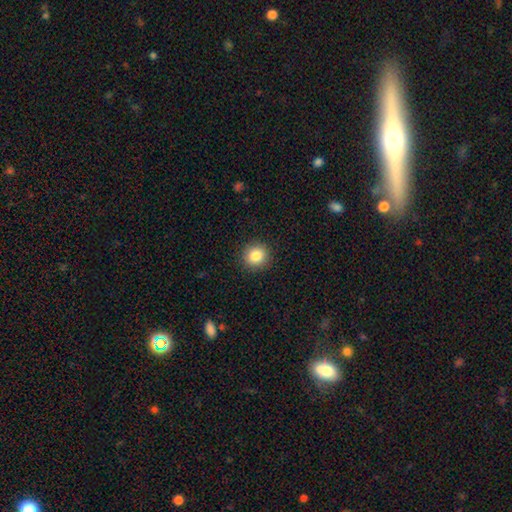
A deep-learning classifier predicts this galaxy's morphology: This is clearly a smooth galaxy (85%). How rounded: clearly round (90%). Merging: clearly none (91%).